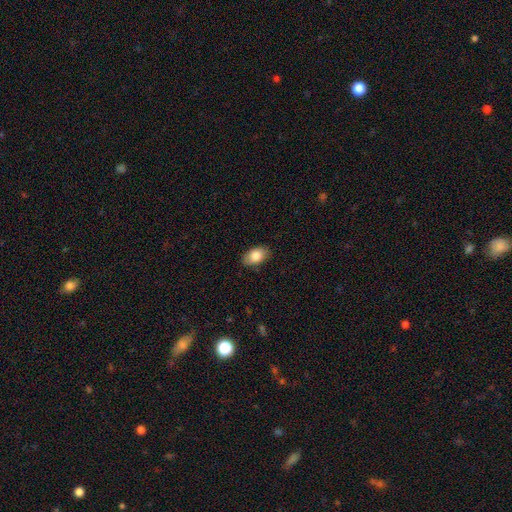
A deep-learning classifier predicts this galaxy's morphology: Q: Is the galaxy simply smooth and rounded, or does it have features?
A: smooth — 84%.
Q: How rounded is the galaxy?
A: in between — 92%.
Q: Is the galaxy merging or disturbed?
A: none — 86%.